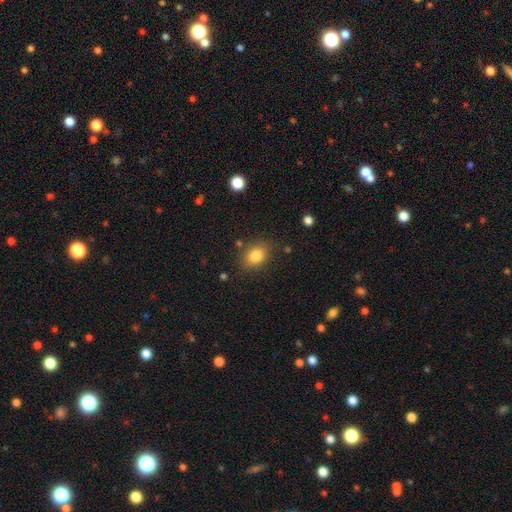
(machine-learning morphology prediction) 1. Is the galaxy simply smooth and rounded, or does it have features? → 83% smooth, 10% star or artifact, 7% featured or disk.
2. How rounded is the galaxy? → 67% in between, 32% round, 1% cigar-shaped.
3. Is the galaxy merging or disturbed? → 81% none, 13% minor disturbance, 4% major disturbance, 3% merger.